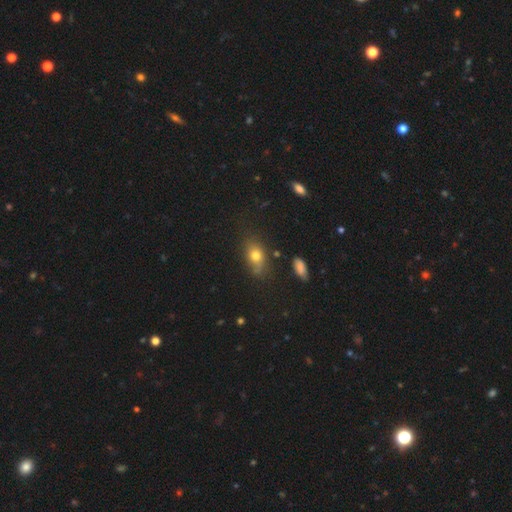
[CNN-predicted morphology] type=smooth (74%); roundness=in between (71%); merging=none (64%).